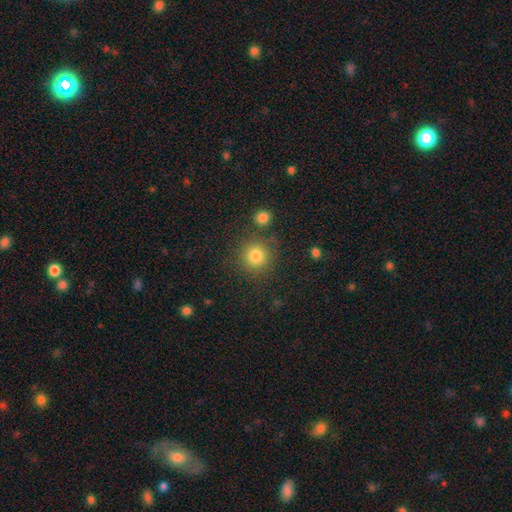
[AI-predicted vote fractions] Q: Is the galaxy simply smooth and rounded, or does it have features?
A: smooth — 82%.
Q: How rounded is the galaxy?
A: round — 92%.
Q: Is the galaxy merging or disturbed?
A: none — 81%.